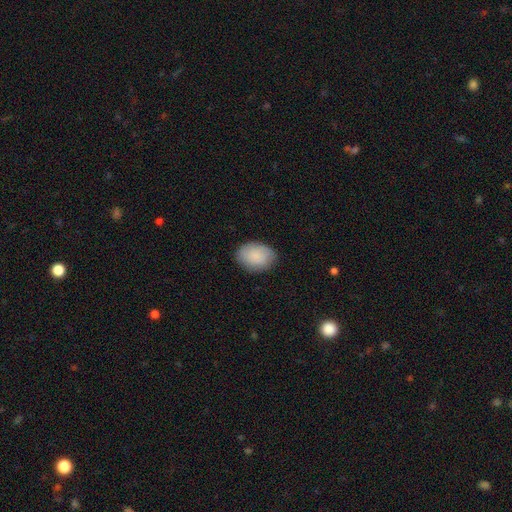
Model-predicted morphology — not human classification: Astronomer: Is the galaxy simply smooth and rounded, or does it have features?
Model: smooth — 87%.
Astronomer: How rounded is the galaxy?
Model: in between — 80%.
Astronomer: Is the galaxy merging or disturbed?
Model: none — 84%.